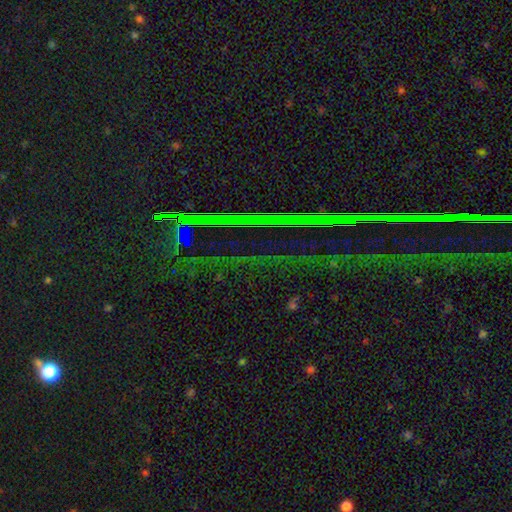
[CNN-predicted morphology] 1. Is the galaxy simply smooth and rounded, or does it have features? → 77% star or artifact, 12% featured or disk, 11% smooth.